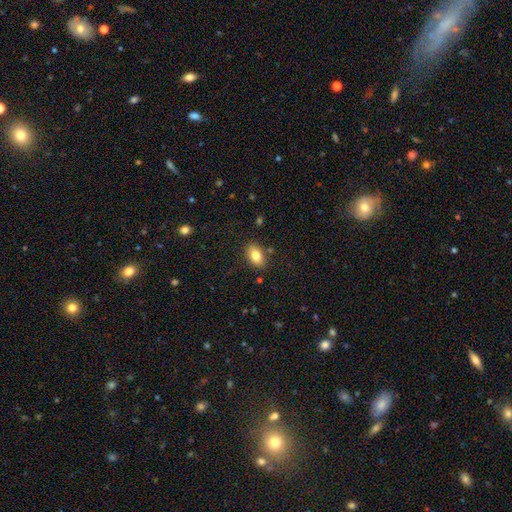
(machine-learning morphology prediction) Smooth or featured? smooth (82%)
How rounded? in between (88%)
Merging? none (84%)